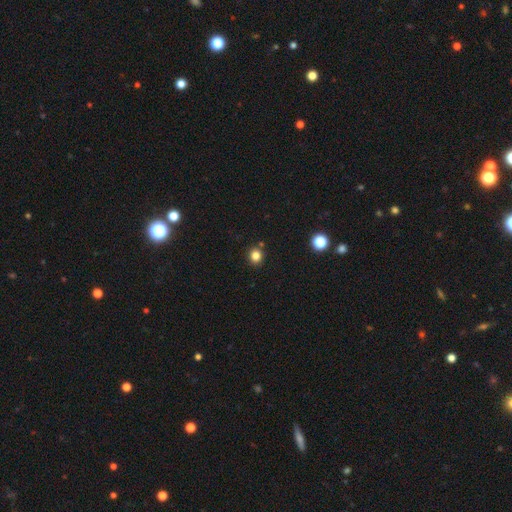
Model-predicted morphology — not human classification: This is clearly a smooth galaxy (82%). How rounded: clearly round (86%). Merging: clearly none (87%).